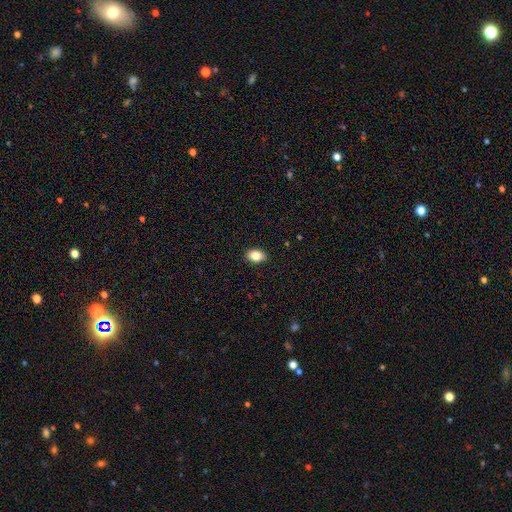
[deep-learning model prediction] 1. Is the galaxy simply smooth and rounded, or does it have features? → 83% smooth, 9% star or artifact, 8% featured or disk.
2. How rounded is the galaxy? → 83% in between, 16% round, 1% cigar-shaped.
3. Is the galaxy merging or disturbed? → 90% none, 8% minor disturbance, 2% major disturbance, 1% merger.